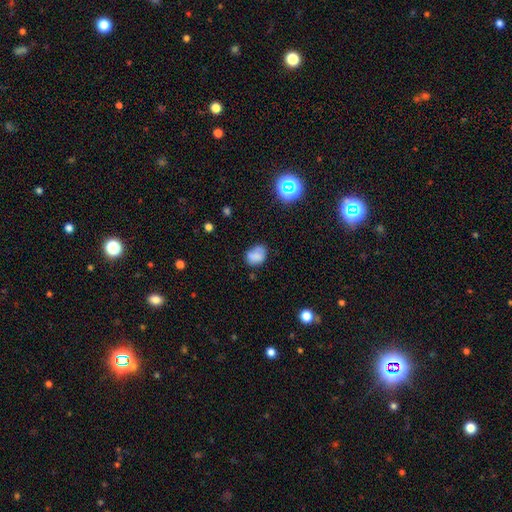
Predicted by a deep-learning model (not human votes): This is likely a smooth galaxy (74%). How rounded: likely in between (63%). Merging: possibly none (58%).